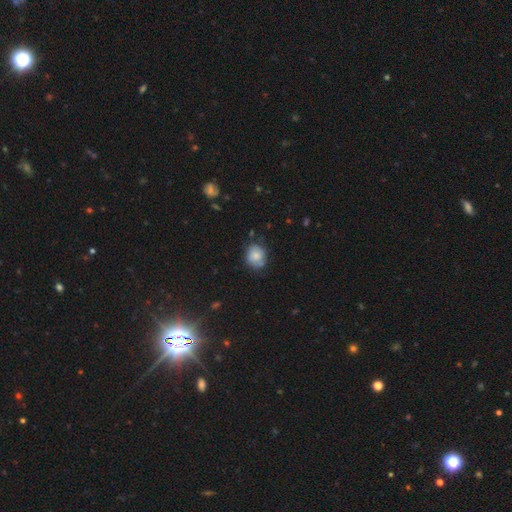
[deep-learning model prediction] This is likely a smooth galaxy (73%). How rounded: likely round (71%). Merging: likely none (63%).